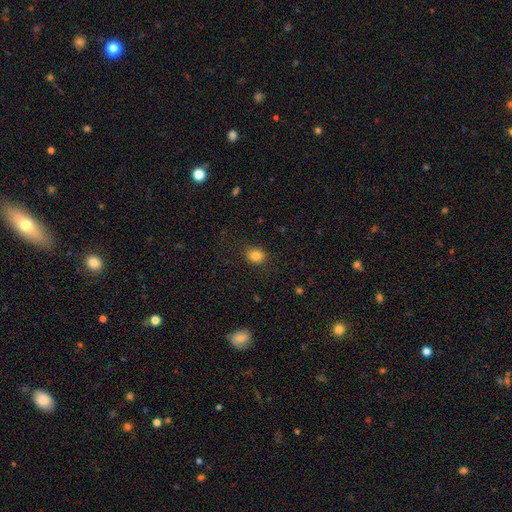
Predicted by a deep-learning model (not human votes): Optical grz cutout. It shows a smooth galaxy with no disk features (84%) that is round (50%). Merging: none (86%).